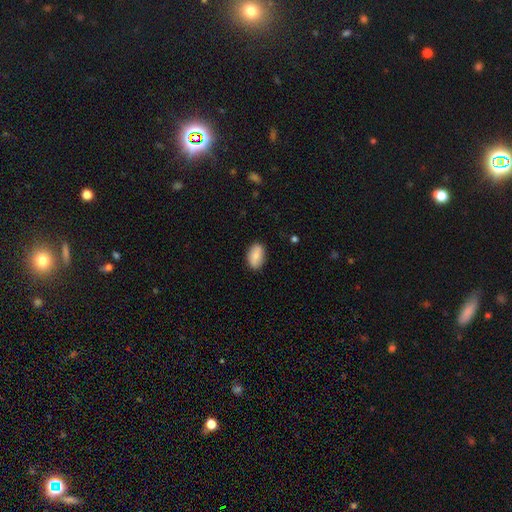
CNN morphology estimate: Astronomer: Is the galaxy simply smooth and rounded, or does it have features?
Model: smooth — 80%.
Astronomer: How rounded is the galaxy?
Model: in between — 92%.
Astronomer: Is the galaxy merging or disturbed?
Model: none — 85%.